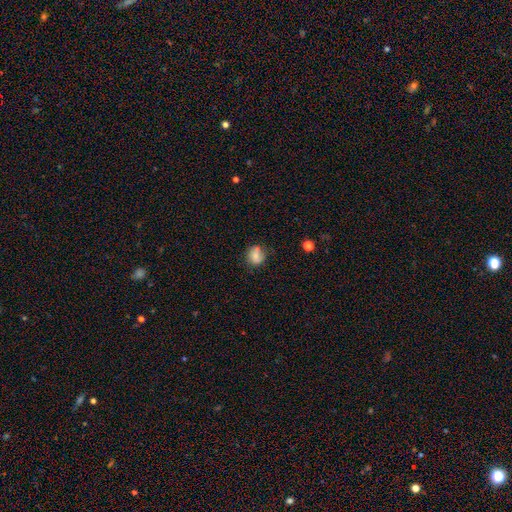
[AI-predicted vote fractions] Morphology: type=smooth (73%); roundness=round (70%); merging=none (64%).